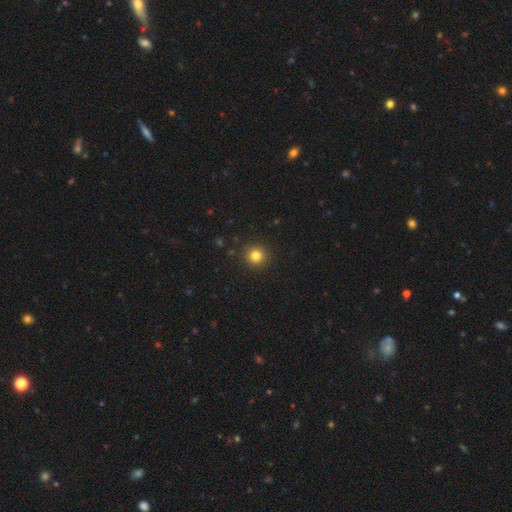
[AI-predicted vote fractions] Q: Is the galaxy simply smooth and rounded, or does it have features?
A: smooth — 81%.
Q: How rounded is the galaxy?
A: round — 94%.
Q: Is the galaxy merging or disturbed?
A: none — 91%.